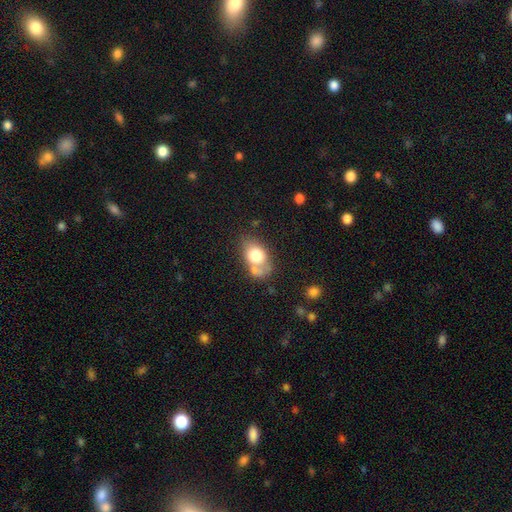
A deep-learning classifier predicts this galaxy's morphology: This appears to be a smooth galaxy with no disk features (71%) that is in between round and cigar-shaped (79%). Merging: none (41%).